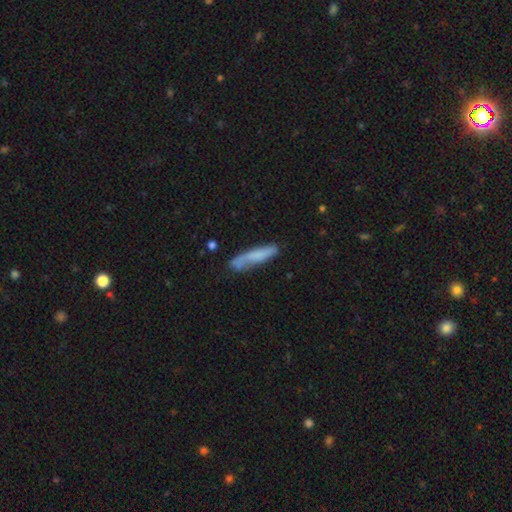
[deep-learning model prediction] A smooth galaxy with no disk features (61%) that is cigar-shaped (85%).

Vote fractions:
- Smooth or featured? smooth: 61% / featured or disk: 32% / star or artifact: 7%
- How rounded? cigar-shaped: 85% / in between: 13% / round: 2%
- Merging? none: 63% / minor disturbance: 25% / major disturbance: 7% / merger: 6%